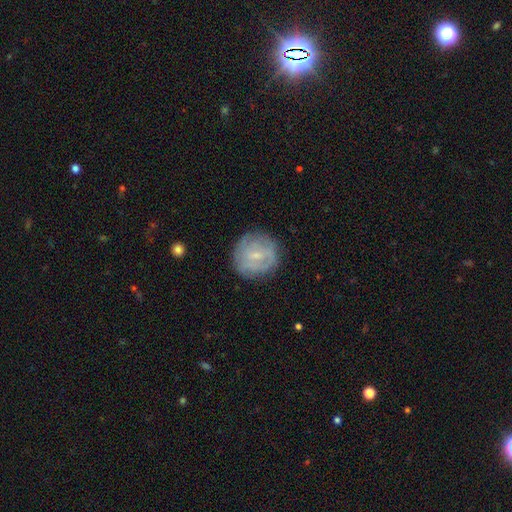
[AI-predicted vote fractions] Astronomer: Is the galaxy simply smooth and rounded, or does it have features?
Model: featured or disk — 50% (runner-up: smooth, 42%).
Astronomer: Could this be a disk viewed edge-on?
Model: no — 96%.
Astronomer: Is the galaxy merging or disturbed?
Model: none — 79%.